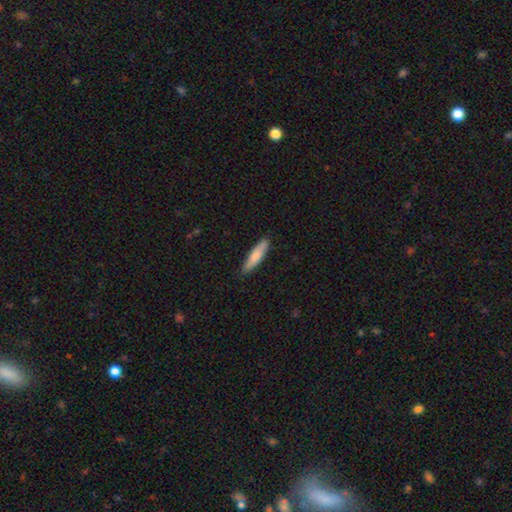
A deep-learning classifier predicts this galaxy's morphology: Smooth or featured?
  - smooth: 76% *
  - featured or disk: 18%
  - star or artifact: 5%
How rounded?
  - cigar-shaped: 78% *
  - in between: 20%
  - round: 1%
Merging?
  - none: 87% *
  - minor disturbance: 10%
  - major disturbance: 2%
  - merger: 1%